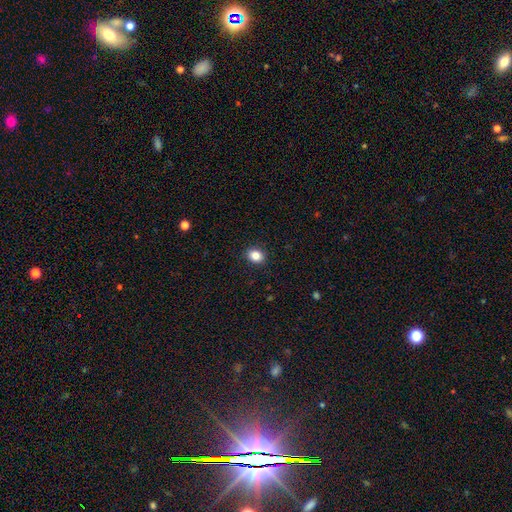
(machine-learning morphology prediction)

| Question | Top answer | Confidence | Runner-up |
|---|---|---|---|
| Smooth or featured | smooth | 85% | star or artifact (10%) |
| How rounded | in between | 54% | round (45%) |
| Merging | none | 90% | minor disturbance (7%) |